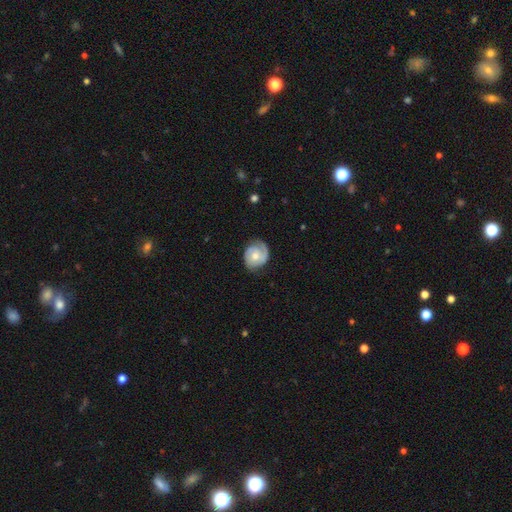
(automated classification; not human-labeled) Smooth or featured? featured or disk (74%)
Edge-on disk? no (98%)
Bar? no (72%)
Spiral arms? yes (93%)
Spiral winding? tight (55%)
Spiral arm count? 2 (61%)
Bulge size? moderate (60%)
Merging? none (71%)